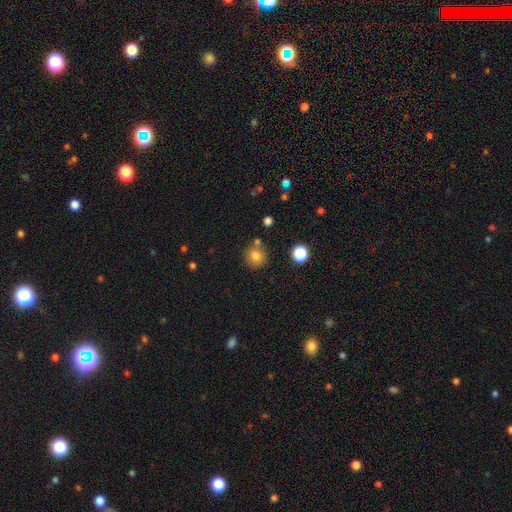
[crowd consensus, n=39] Smooth or featured? smooth (87%)
How rounded? round (94%)
Merging? none (63%)